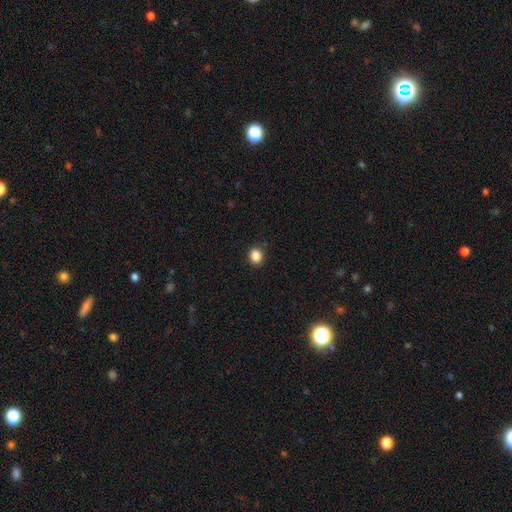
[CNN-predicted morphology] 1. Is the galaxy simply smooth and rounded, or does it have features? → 86% smooth, 10% star or artifact, 3% featured or disk.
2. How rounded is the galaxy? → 69% round, 30% in between, 1% cigar-shaped.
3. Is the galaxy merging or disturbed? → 91% none, 6% minor disturbance, 2% major disturbance, 1% merger.